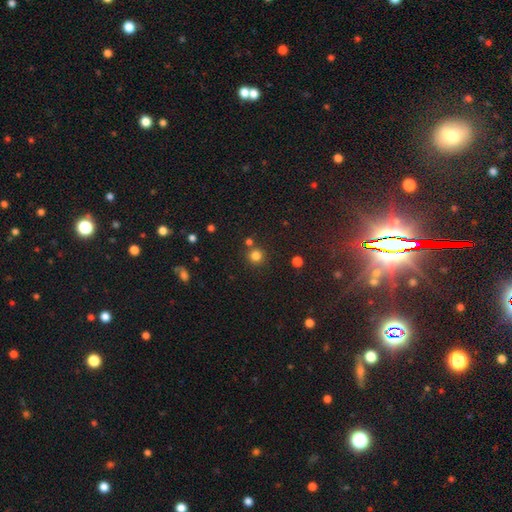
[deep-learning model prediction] Smooth or featured?
  - smooth: 80% *
  - star or artifact: 15%
  - featured or disk: 5%
How rounded?
  - round: 94% *
  - in between: 5%
  - cigar-shaped: 1%
Merging?
  - none: 79% *
  - merger: 11%
  - minor disturbance: 7%
  - major disturbance: 3%